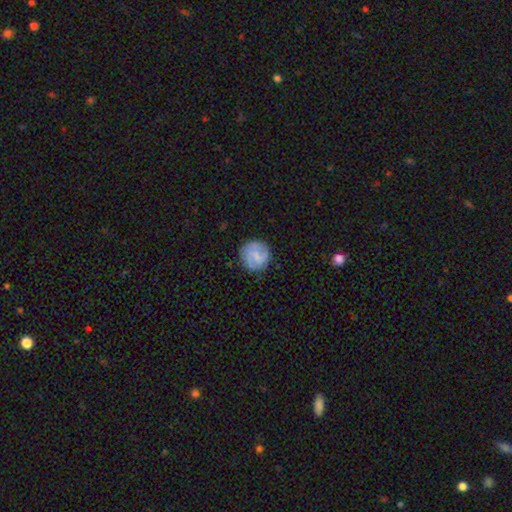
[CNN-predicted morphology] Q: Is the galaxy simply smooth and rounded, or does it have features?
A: smooth — 53%.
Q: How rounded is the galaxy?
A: round — 91%.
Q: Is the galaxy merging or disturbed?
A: none — 83%.